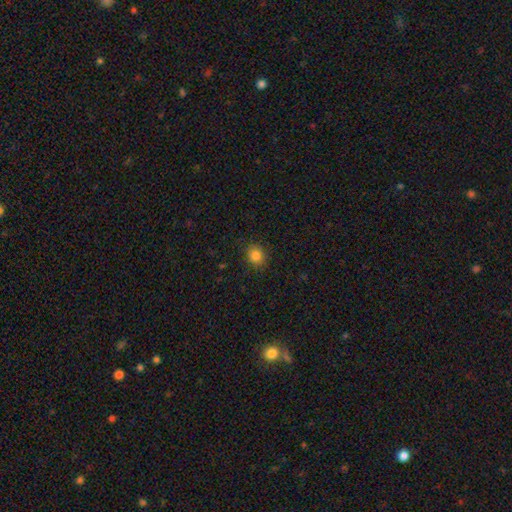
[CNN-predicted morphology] The model was most divided on "how rounded": round: 71%, in between: 28%, cigar-shaped: 1%. More confident: merging — none (88%); smooth or featured — smooth (84%).